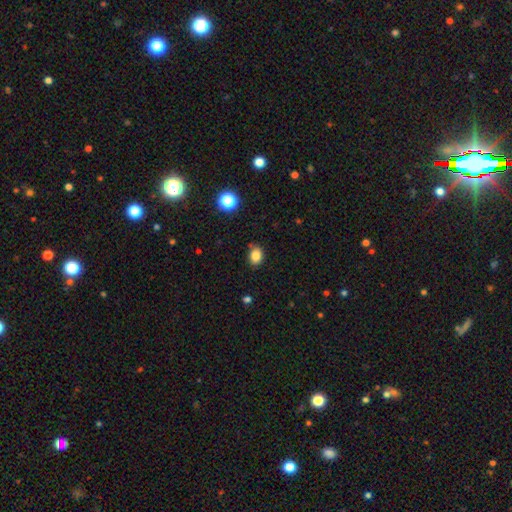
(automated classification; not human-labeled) This appears to be a smooth galaxy with no disk features (84%) that is in between round and cigar-shaped (58%). Merging: none (84%).